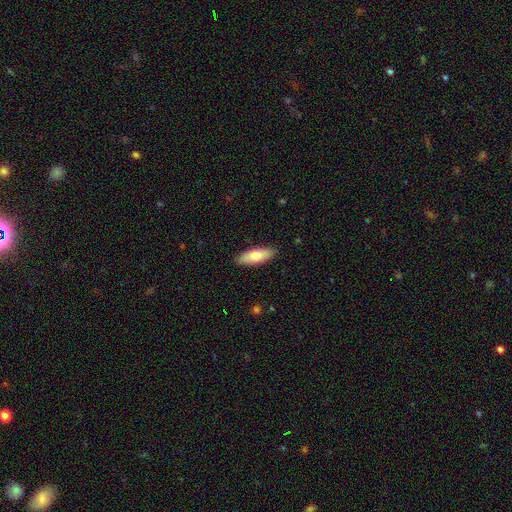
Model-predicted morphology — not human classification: This appears to be a smooth galaxy with no disk features (78%) that is in between round and cigar-shaped (62%). Merging: none (89%).